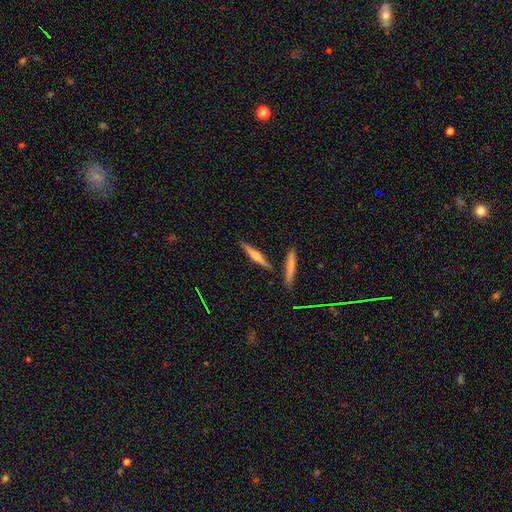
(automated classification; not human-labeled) Smooth or featured? featured or disk (57%)
Edge-on disk? yes (97%)
Edge-on bulge? rounded (76%)
Merging? none (83%)